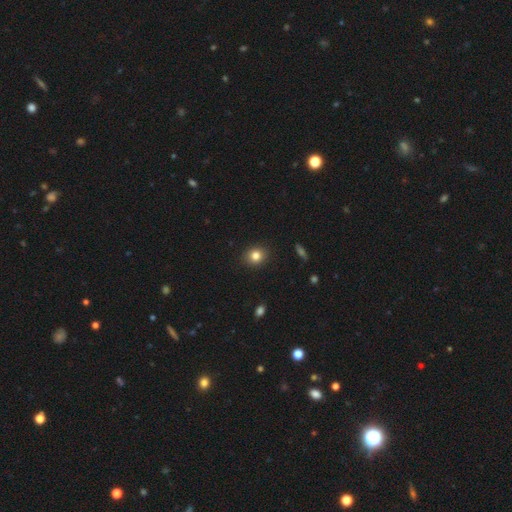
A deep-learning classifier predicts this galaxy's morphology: A smooth galaxy with no disk features (82%) that is round (74%). Merging: none (90%).